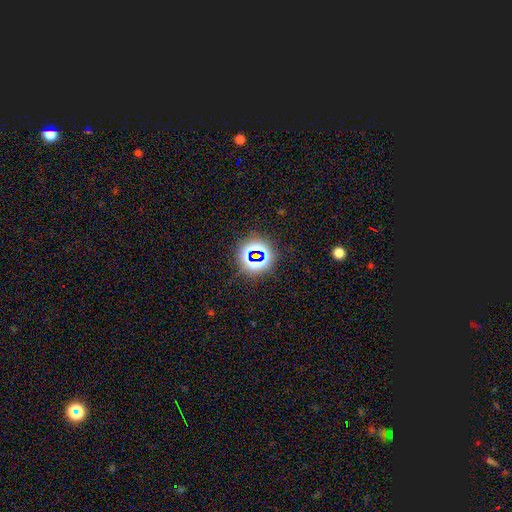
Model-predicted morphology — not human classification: type=star or artifact (74%).